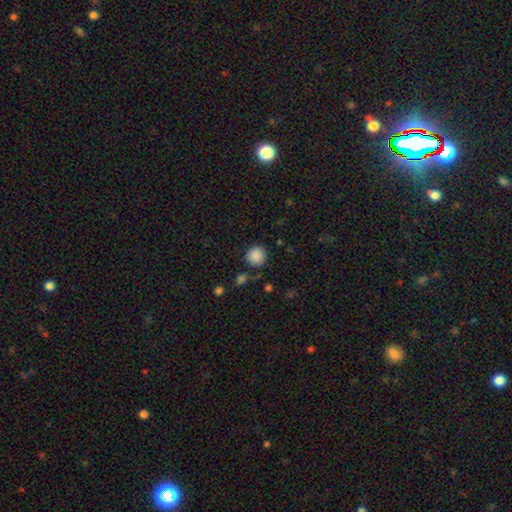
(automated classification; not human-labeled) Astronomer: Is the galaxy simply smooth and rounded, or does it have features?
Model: smooth — 88%.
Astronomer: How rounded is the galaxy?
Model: round — 91%.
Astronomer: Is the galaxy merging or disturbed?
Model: none — 83%.